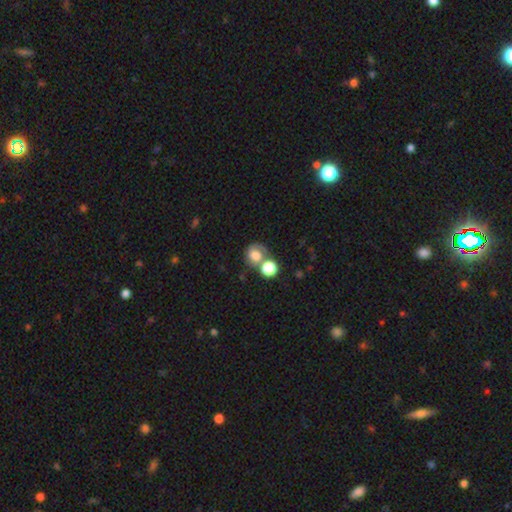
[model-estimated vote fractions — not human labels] The model was most divided on "merging": merger: 44%, none: 37%, minor disturbance: 12%, major disturbance: 8%. More confident: how rounded — round (75%); smooth or featured — smooth (69%).